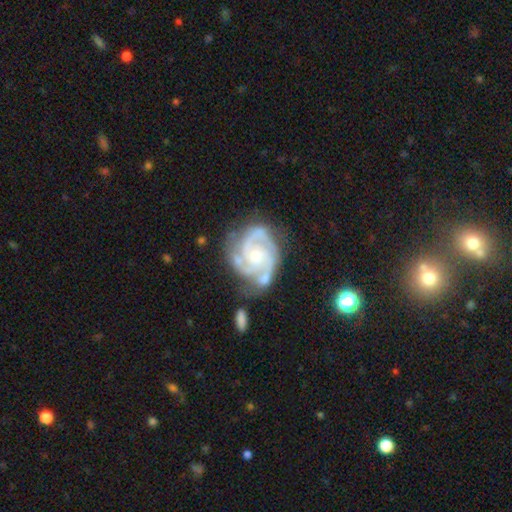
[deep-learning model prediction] A featured or disk galaxy (91%) with no bar (67%), 3 (48%) tight (58%) spiral arms (98%) and a small central bulge (50%).

Vote fractions:
- Smooth or featured? featured or disk: 91% / smooth: 5% / star or artifact: 4%
- Edge-on disk? no: 98% / yes: 2%
- Bar? no: 67% / weak: 27% / strong: 6%
- Spiral arms? yes: 98% / no: 2%
- Spiral winding? tight: 58% / medium: 38% / loose: 5%
- Spiral arm count? 3: 48% / 2: 33% / can't tell: 7% / 4: 6% / 1: 3% / more than 4: 3%
- Bulge size? small: 50% / moderate: 43% / none: 4% / large: 3% / dominant: 1%
- Merging? none: 62% / minor disturbance: 23% / major disturbance: 9% / merger: 6%